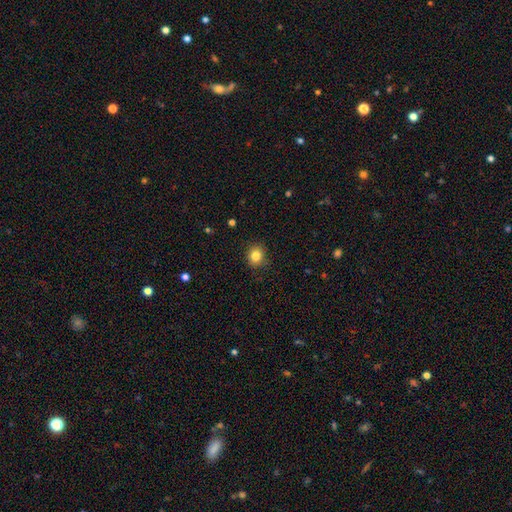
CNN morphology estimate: Smooth or featured?
  - smooth: 84% *
  - star or artifact: 10%
  - featured or disk: 6%
How rounded?
  - round: 72% *
  - in between: 28%
  - cigar-shaped: 1%
Merging?
  - none: 88% *
  - minor disturbance: 9%
  - major disturbance: 2%
  - merger: 1%